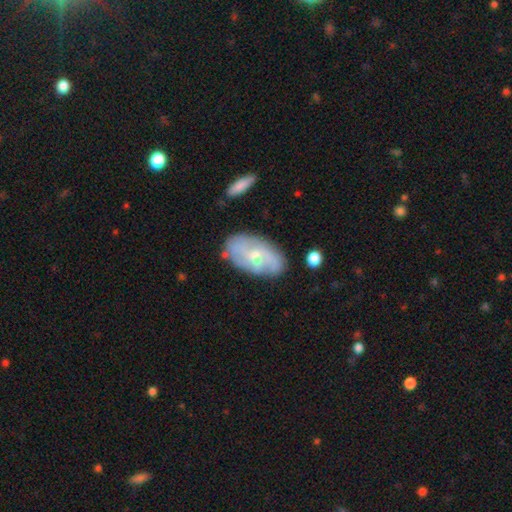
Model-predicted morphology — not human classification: Smooth or featured: featured or disk — 61% (smooth — 32%)
Edge-on disk: no — 94% (yes — 6%)
Bar: no — 68% (weak — 28%)
Spiral arms: yes — 79% (no — 21%)
Bulge size: small — 64% (moderate — 31%)
Merging: none — 73% (minor disturbance — 19%)